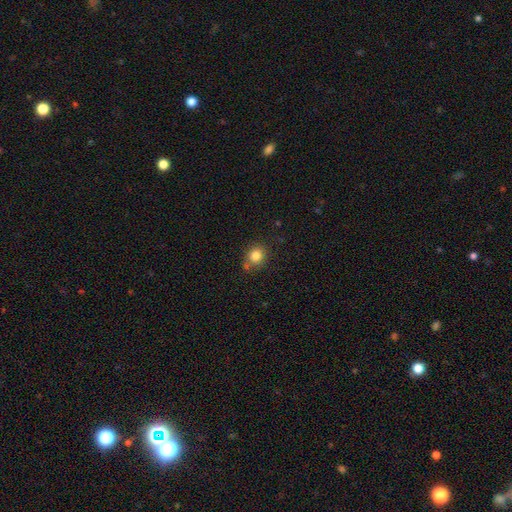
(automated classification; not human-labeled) smooth-or-featured: smooth: 83% | star or artifact: 11% | featured or disk: 6%
  how-rounded: round: 78% | in between: 21% | cigar-shaped: 1%
  merging: none: 70% | minor disturbance: 15% | merger: 11% | major disturbance: 4%